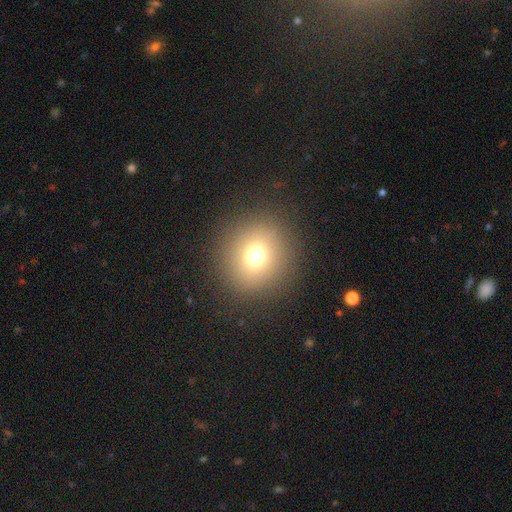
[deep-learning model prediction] Smooth or featured? smooth (71%)
How rounded? round (91%)
Merging? none (90%)